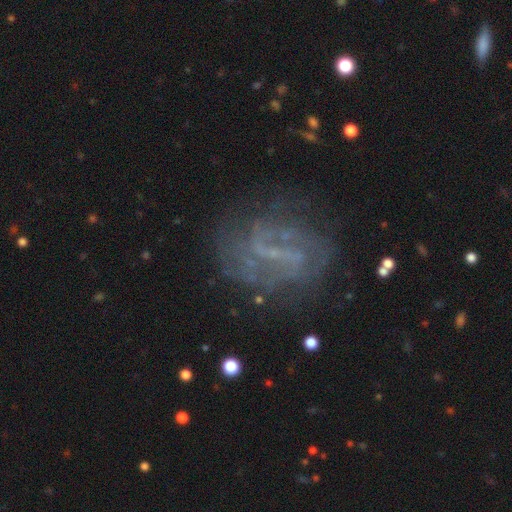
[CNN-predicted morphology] The model was most divided on "bar": strong: 39%, weak: 37%, no: 24%. More confident: edge-on disk — no (95%); spiral arms — yes (70%); merging — none (70%); smooth or featured — featured or disk (67%); bulge size — none (60%).